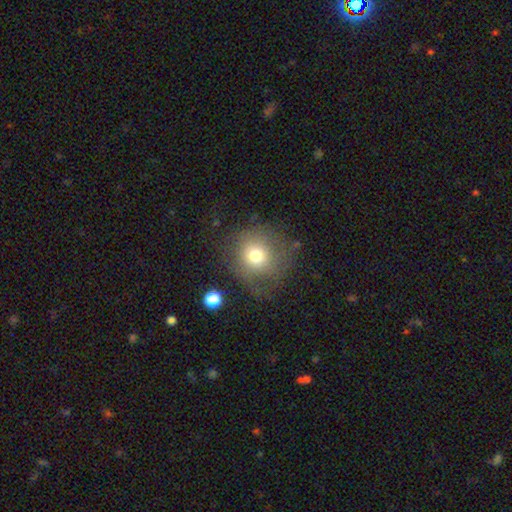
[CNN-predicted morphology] Overall: smooth (70%). How rounded: round (87%). Merging: none (64%).